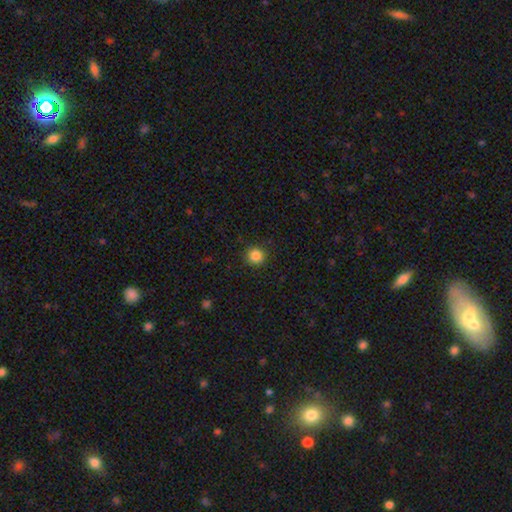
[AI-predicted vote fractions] Smooth or featured? smooth (85%)
How rounded? round (93%)
Merging? none (91%)